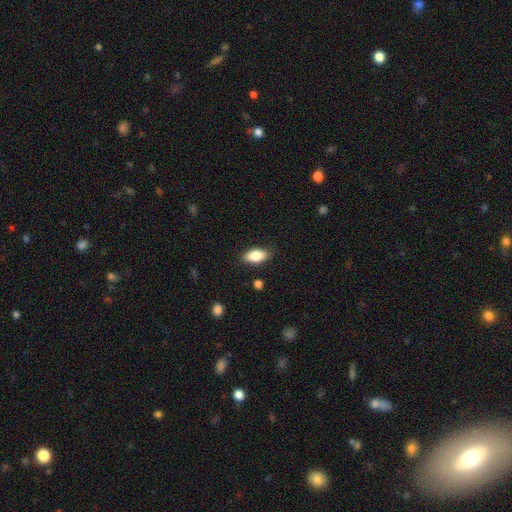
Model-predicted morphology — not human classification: Smooth or featured?
  - smooth: 81% *
  - featured or disk: 11%
  - star or artifact: 7%
How rounded?
  - in between: 89% *
  - cigar-shaped: 7%
  - round: 5%
Merging?
  - none: 83% *
  - minor disturbance: 13%
  - major disturbance: 3%
  - merger: 1%